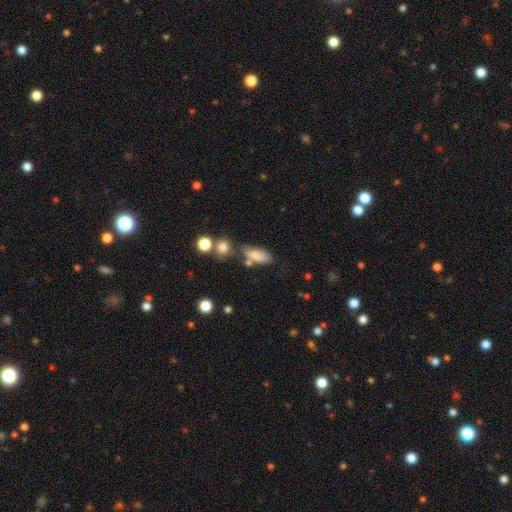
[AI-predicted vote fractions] Overall: smooth (78%). How rounded: in between (83%). Merging: none (53%; minor disturbance 21%).